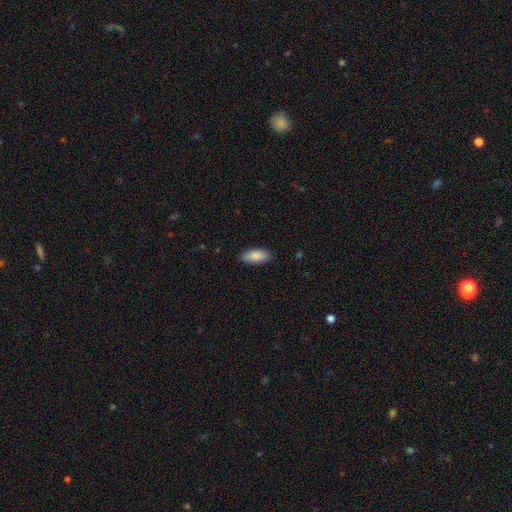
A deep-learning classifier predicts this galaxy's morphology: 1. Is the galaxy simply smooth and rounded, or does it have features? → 88% smooth, 6% featured or disk, 6% star or artifact.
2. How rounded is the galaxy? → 85% in between, 13% cigar-shaped, 2% round.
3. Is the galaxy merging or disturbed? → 88% none, 9% minor disturbance, 2% major disturbance, 1% merger.